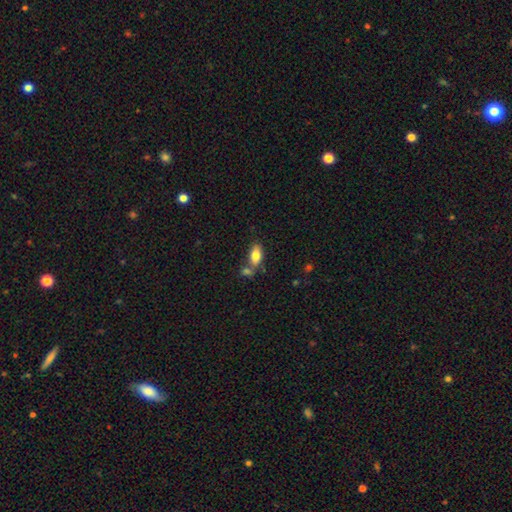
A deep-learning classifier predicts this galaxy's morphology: Overall: smooth (81%). How rounded: in between (90%). Merging: none (54%; merger 28%).